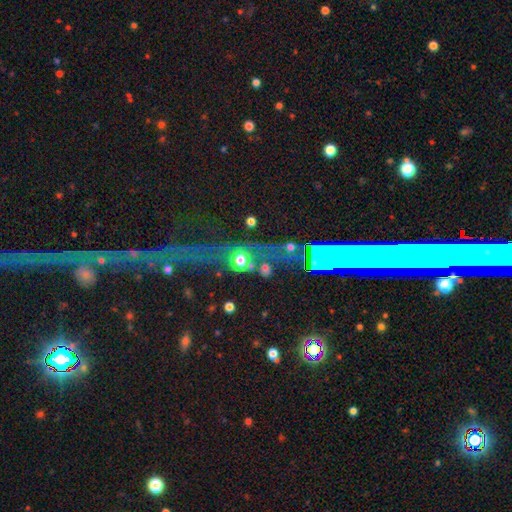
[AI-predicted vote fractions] A star or artifact, not a galaxy (64%).